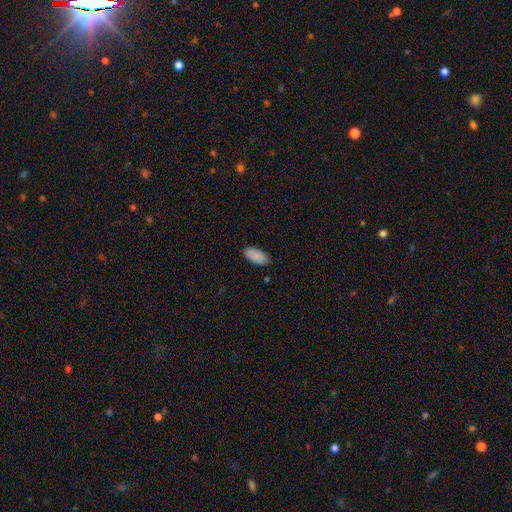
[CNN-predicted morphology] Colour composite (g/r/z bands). It shows a smooth galaxy with no disk features (89%) that is in between round and cigar-shaped (92%). Merging: none (85%).